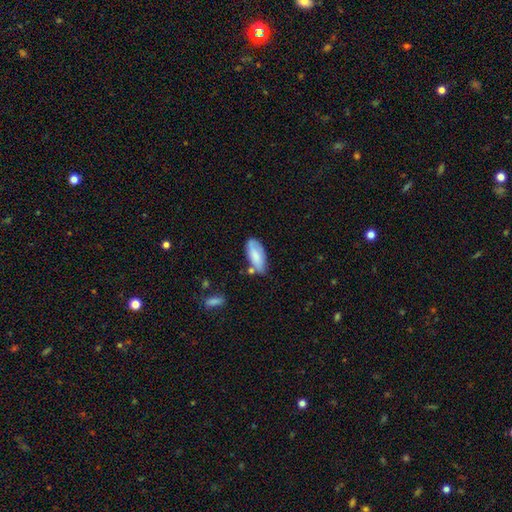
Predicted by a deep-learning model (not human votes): smooth-or-featured: smooth: 76% | featured or disk: 17% | star or artifact: 7%
  how-rounded: in between: 85% | cigar-shaped: 13% | round: 2%
  merging: none: 59% | minor disturbance: 26% | merger: 8% | major disturbance: 6%